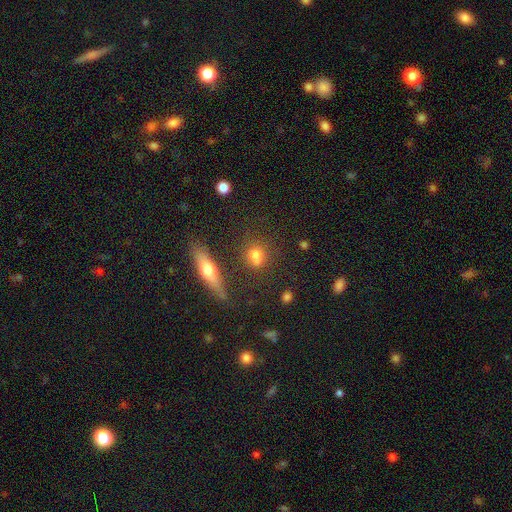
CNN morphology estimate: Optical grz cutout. It shows a smooth galaxy with no disk features (70%) that is round (66%). Merging: none (74%).